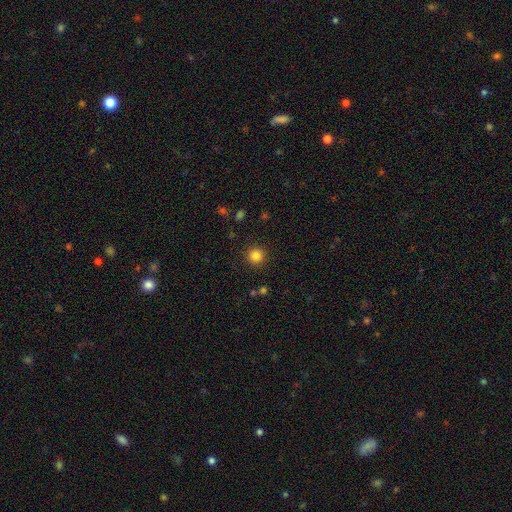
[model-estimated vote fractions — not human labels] A smooth galaxy with no disk features (84%) that is round (95%).

Vote fractions:
- Smooth or featured? smooth: 84% / star or artifact: 12% / featured or disk: 4%
- How rounded? round: 95% / in between: 4% / cigar-shaped: 1%
- Merging? none: 91% / minor disturbance: 6% / major disturbance: 2% / merger: 1%